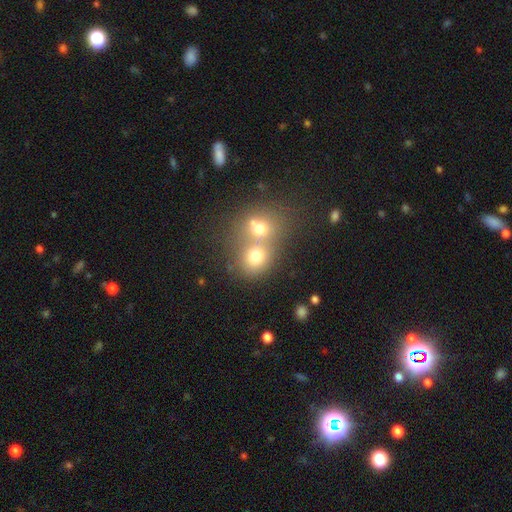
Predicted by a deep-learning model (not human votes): Morphology: type=smooth (68%); roundness=round (69%); merging=merger (63%).